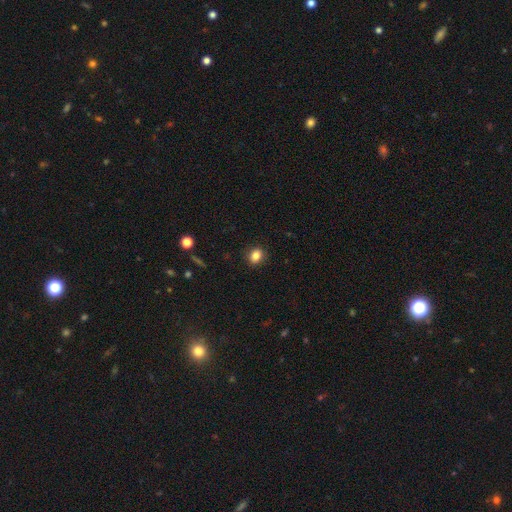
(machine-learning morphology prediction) type=smooth (85%); roundness=in between (50%); merging=none (87%).